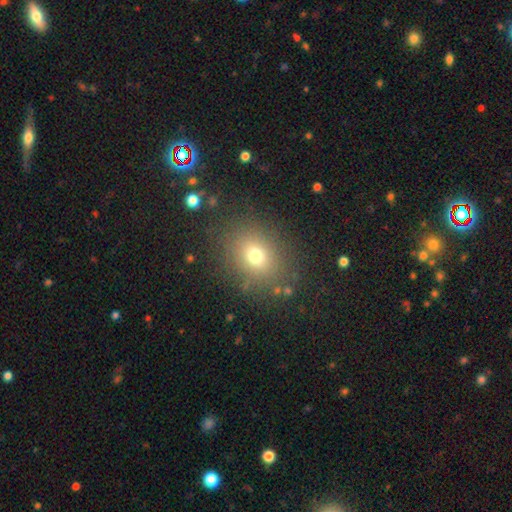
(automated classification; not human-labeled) Smooth or featured?
  - smooth: 71% *
  - star or artifact: 18%
  - featured or disk: 11%
How rounded?
  - round: 54% *
  - in between: 45%
  - cigar-shaped: 1%
Merging?
  - none: 84% *
  - minor disturbance: 9%
  - major disturbance: 5%
  - merger: 2%